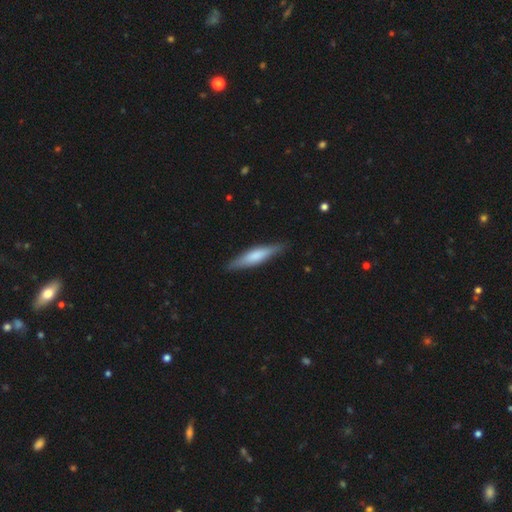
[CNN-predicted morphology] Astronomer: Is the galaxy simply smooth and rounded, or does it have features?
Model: smooth — 60%.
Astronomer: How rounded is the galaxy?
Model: cigar-shaped — 82%.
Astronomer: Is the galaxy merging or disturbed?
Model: none — 87%.